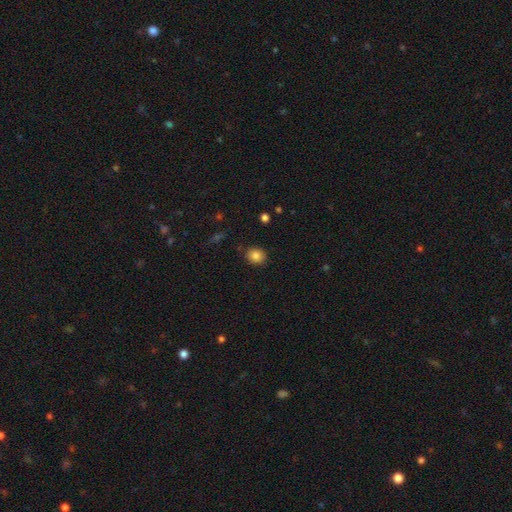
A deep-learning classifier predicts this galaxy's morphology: Q: Smooth or featured?
A: smooth (84%); runner-up: star or artifact (10%)
Q: How rounded?
A: round (69%); runner-up: in between (30%)
Q: Merging?
A: none (86%); runner-up: minor disturbance (10%)